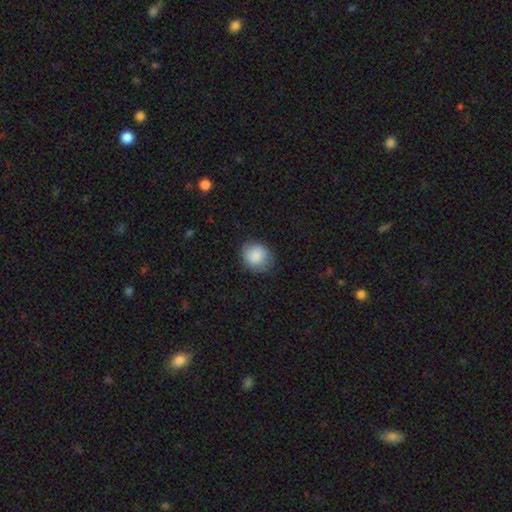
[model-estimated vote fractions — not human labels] smooth 85%, featured or disk 8%, star or artifact 7%. Down the decision tree: how rounded — round (71%); merging — none (73%).